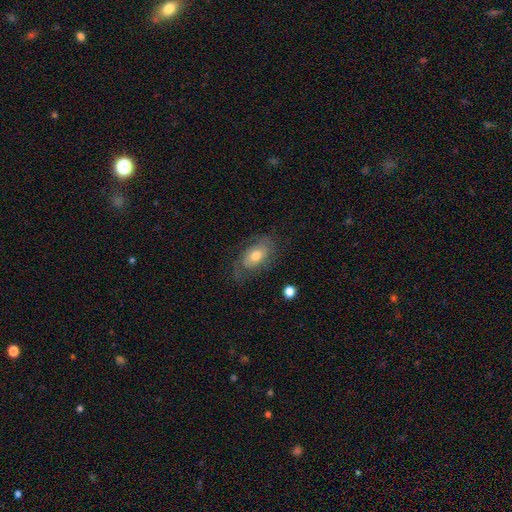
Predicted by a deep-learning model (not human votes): A featured or disk galaxy (54%). Merging: none (60%).